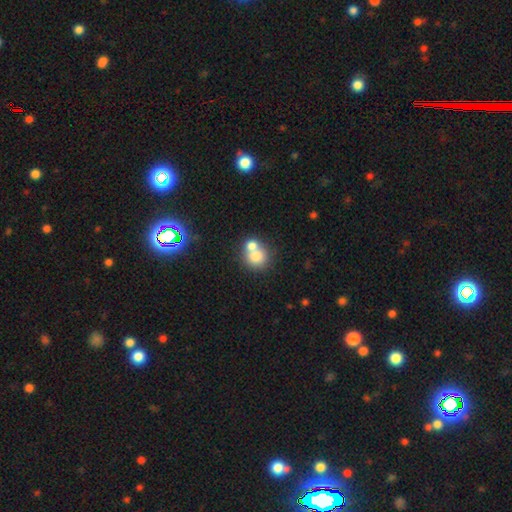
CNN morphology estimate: Smooth or featured? Predicted: smooth (p=0.75). How rounded? Predicted: round (p=0.80). Merging? Predicted: merger (p=0.50).